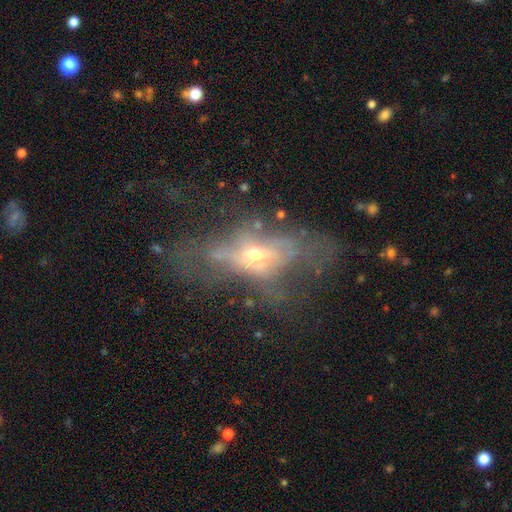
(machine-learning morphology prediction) Overall: featured or disk (57%; smooth 28%). Edge-on disk: no (80%). Merging: major disturbance (51%; none 26%).